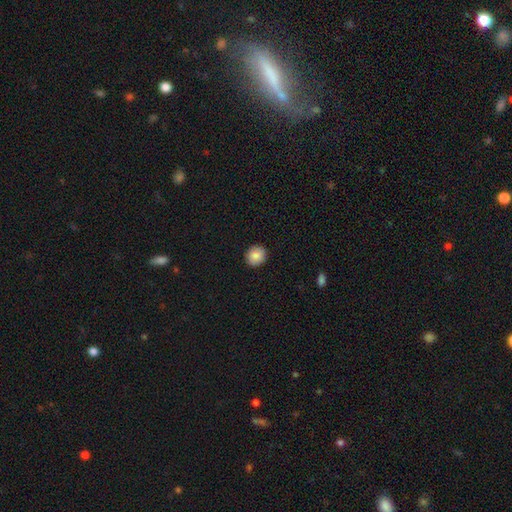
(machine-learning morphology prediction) Q: Smooth or featured?
A: smooth (87%); runner-up: star or artifact (8%)
Q: How rounded?
A: round (85%); runner-up: in between (14%)
Q: Merging?
A: none (91%); runner-up: minor disturbance (6%)